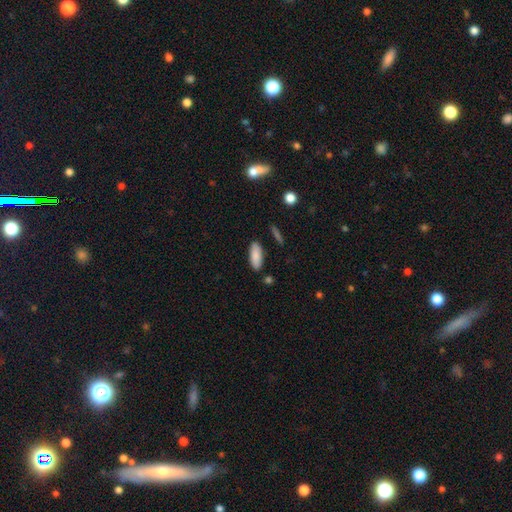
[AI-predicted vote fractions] Smooth or featured? smooth (87%)
How rounded? in between (75%)
Merging? none (86%)